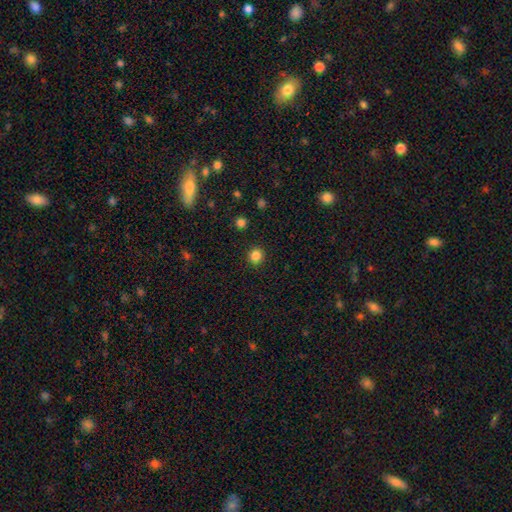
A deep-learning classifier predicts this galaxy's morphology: Smooth or featured?
  - smooth: 85% *
  - star or artifact: 12%
  - featured or disk: 4%
How rounded?
  - round: 85% *
  - in between: 14%
  - cigar-shaped: 1%
Merging?
  - none: 92% *
  - minor disturbance: 5%
  - major disturbance: 2%
  - merger: 1%